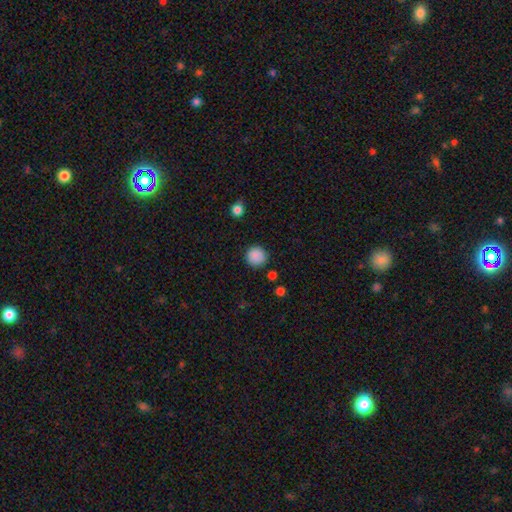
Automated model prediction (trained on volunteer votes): A smooth galaxy with no disk features (88%) that is round (94%). Merging: none (88%).